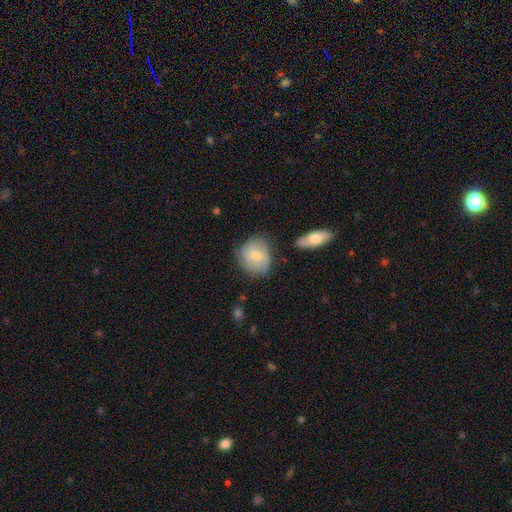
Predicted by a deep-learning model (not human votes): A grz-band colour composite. It shows a smooth galaxy with no disk features (66%) that is round (77%). Merging: none (66%).